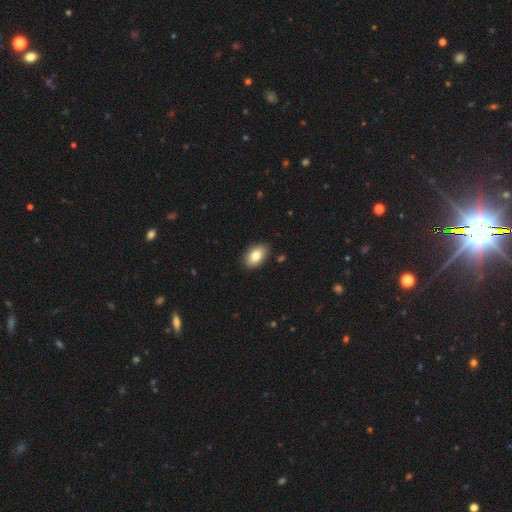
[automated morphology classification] Smooth or featured: smooth — 83% (featured or disk — 10%)
How rounded: in between — 92% (round — 7%)
Merging: none — 87% (minor disturbance — 10%)